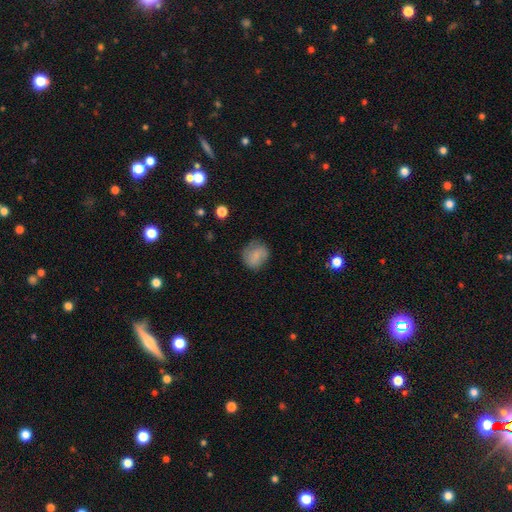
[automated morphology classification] This appears to be a smooth galaxy with no disk features (70%) that is round (74%). Merging: none (69%).